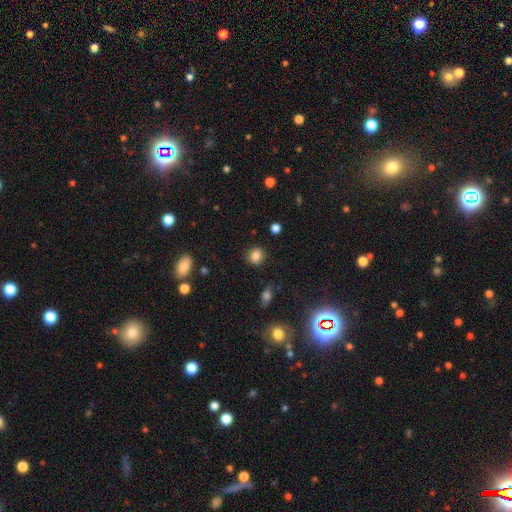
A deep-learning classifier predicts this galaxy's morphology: A smooth galaxy with no disk features (83%) that is round (84%). Merging: none (88%).